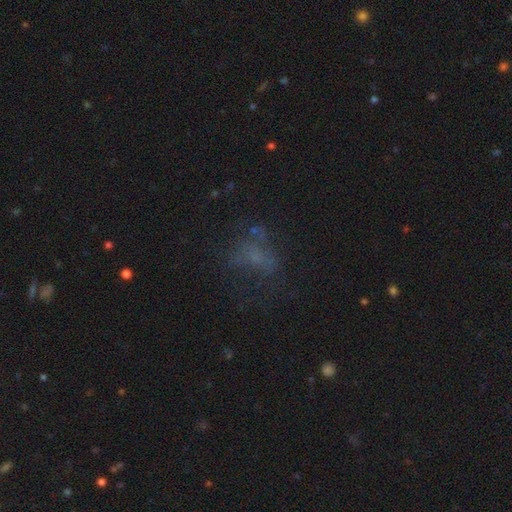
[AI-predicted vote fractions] This appears to be a smooth galaxy with no disk features (41%). Merging: none (47%).